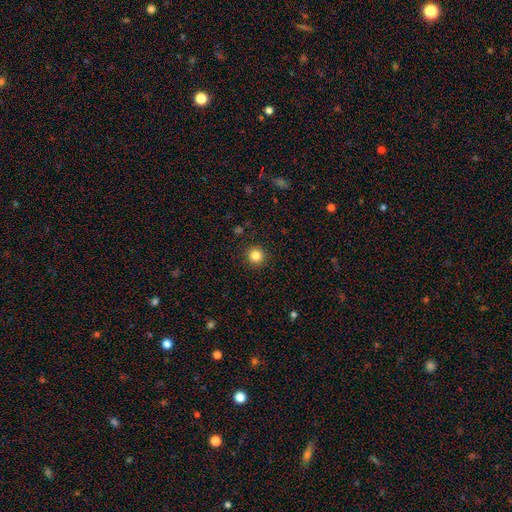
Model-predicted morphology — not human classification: smooth-or-featured: smooth: 84% | star or artifact: 12% | featured or disk: 5%
  how-rounded: round: 95% | in between: 4% | cigar-shaped: 1%
  merging: none: 92% | minor disturbance: 5% | major disturbance: 2% | merger: 1%